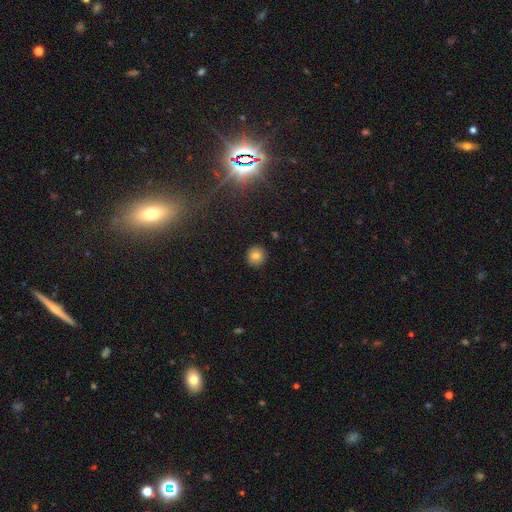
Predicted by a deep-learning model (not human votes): smooth_or_featured: smooth (p=0.79) [alt: star or artifact p=0.12]
how_rounded: round (p=0.92) [alt: in between p=0.07]
merging: none (p=0.91) [alt: minor disturbance p=0.06]